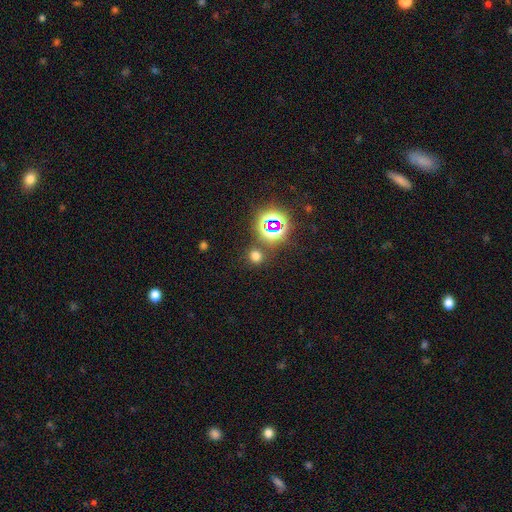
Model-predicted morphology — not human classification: The model was most divided on "smooth or featured": smooth: 62%, star or artifact: 32%, featured or disk: 6%. More confident: how rounded — round (84%); merging — none (82%).